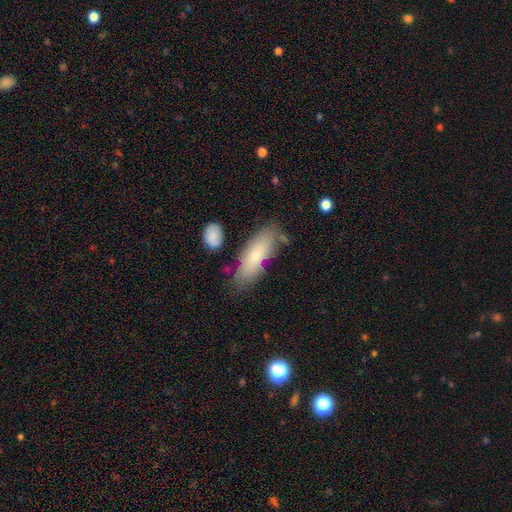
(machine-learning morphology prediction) This is likely a smooth galaxy (73%). How rounded: likely in between (62%). Merging: likely none (72%).